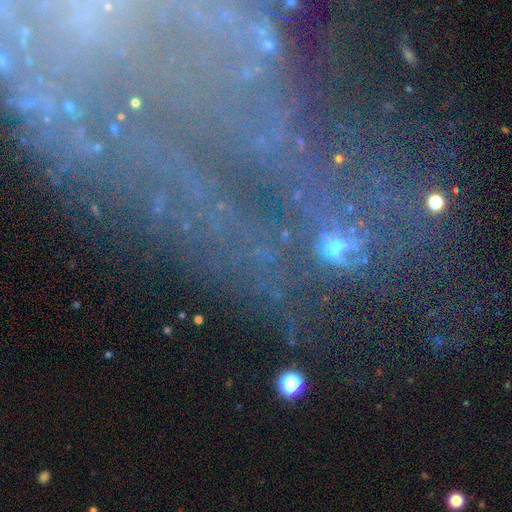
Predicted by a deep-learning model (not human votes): A star or artifact, not a galaxy (43%).

Vote fractions:
- Smooth or featured? star or artifact: 43% / featured or disk: 41% / smooth: 16%